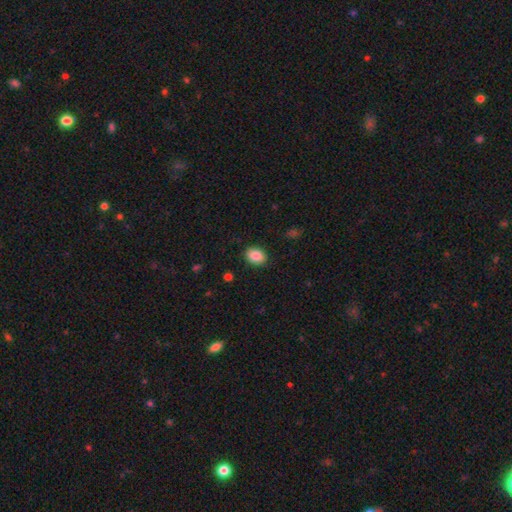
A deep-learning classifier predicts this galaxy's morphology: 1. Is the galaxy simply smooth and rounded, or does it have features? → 87% smooth, 8% star or artifact, 5% featured or disk.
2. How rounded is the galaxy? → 73% in between, 26% round, 1% cigar-shaped.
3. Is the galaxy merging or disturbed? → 88% none, 9% minor disturbance, 2% major disturbance, 1% merger.